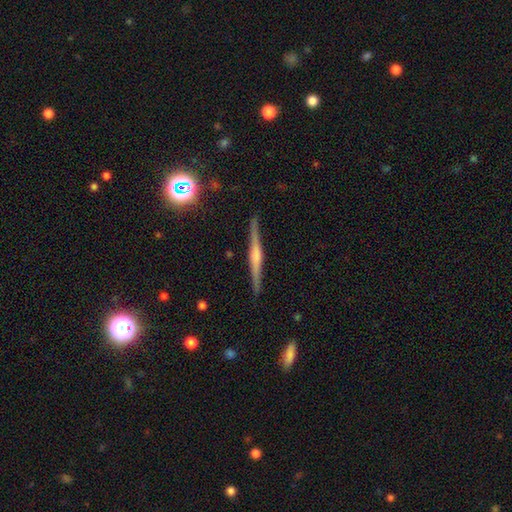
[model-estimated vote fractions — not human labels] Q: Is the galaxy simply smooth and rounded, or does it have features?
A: featured or disk — 77%.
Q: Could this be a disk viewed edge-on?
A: yes — 98%.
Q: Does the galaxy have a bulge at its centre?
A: rounded — 63%.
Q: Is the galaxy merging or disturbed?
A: none — 91%.